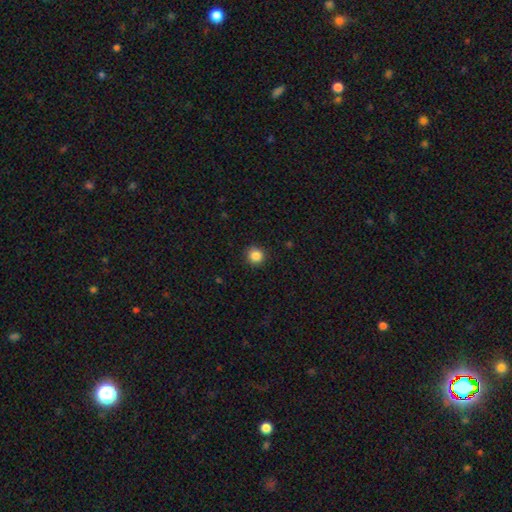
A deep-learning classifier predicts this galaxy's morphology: smooth 86%, star or artifact 11%, featured or disk 3%. Down the decision tree: how rounded — round (94%); merging — none (91%).